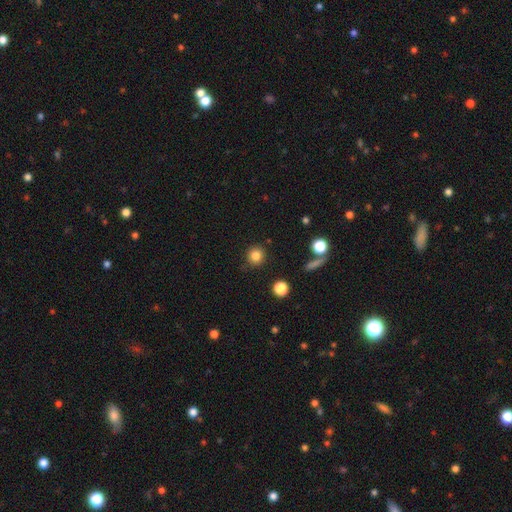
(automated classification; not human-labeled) A smooth galaxy with no disk features (84%) that is round (91%).

Vote fractions:
- Smooth or featured? smooth: 84% / star or artifact: 11% / featured or disk: 5%
- How rounded? round: 91% / in between: 8% / cigar-shaped: 1%
- Merging? none: 87% / minor disturbance: 8% / major disturbance: 2% / merger: 2%